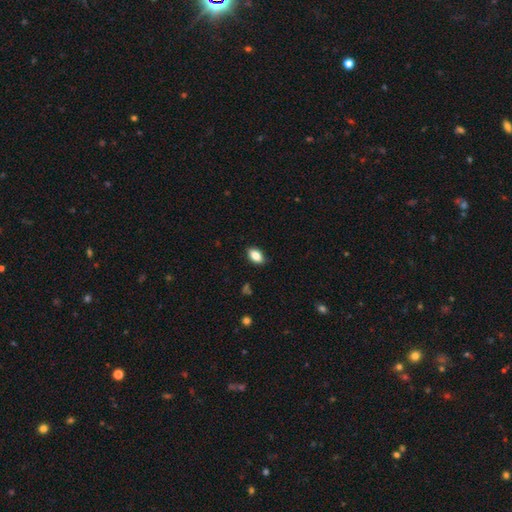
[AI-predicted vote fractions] Q: Smooth or featured?
A: smooth (83%); runner-up: featured or disk (9%)
Q: How rounded?
A: in between (88%); runner-up: round (8%)
Q: Merging?
A: none (85%); runner-up: minor disturbance (12%)